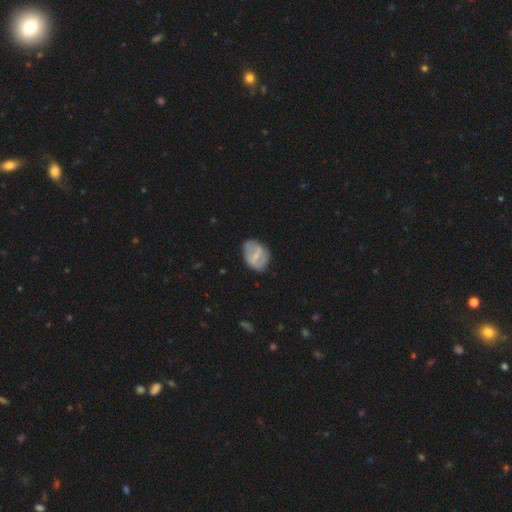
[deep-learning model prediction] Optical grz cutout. It shows a featured or disk galaxy (50%). Merging: none (65%).